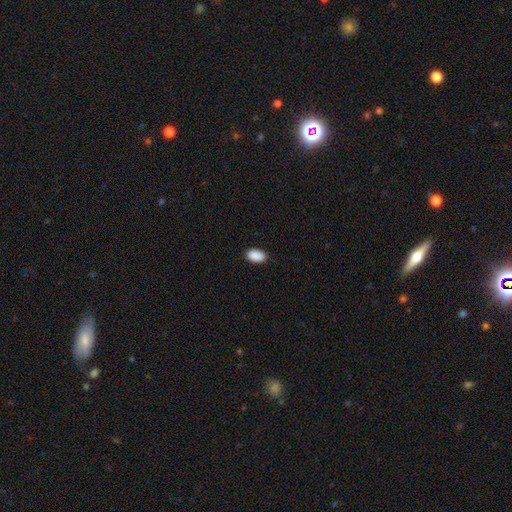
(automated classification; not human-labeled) This appears to be a smooth galaxy with no disk features (91%) that is in between round and cigar-shaped (93%). Merging: none (89%).